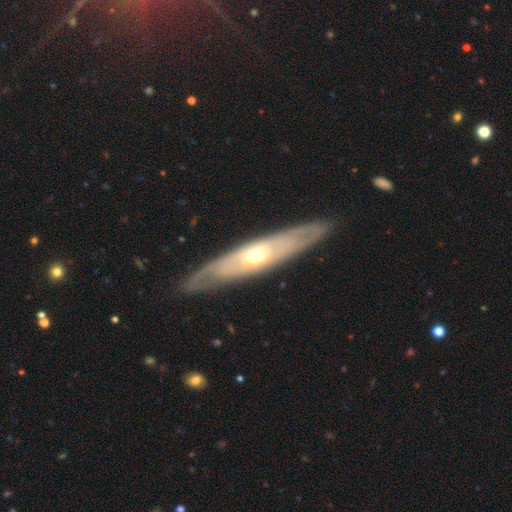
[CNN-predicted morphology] A featured or disk galaxy (70%) viewed edge-on (50%, tied with no). Merging: none (84%).